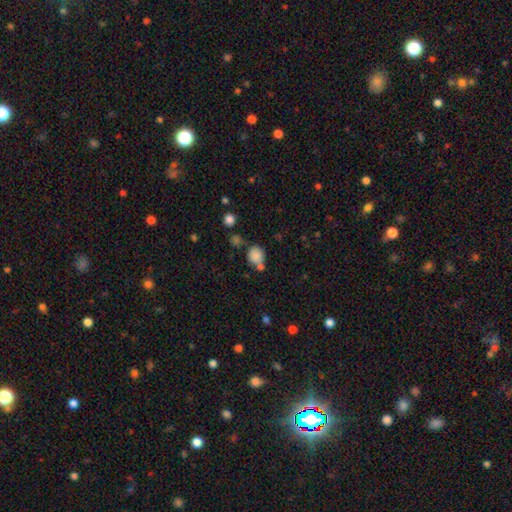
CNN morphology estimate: smooth 83%, star or artifact 10%, featured or disk 6%. Down the decision tree: how rounded — round (80%); merging — none (59%).